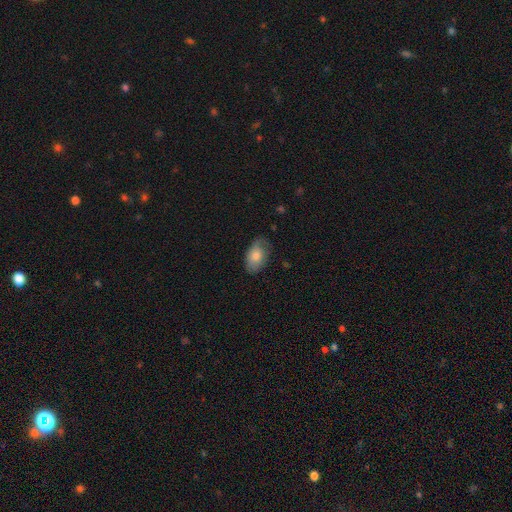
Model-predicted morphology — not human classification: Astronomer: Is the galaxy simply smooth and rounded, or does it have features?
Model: smooth — 76%.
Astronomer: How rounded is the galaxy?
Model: in between — 92%.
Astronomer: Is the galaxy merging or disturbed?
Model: none — 67%.